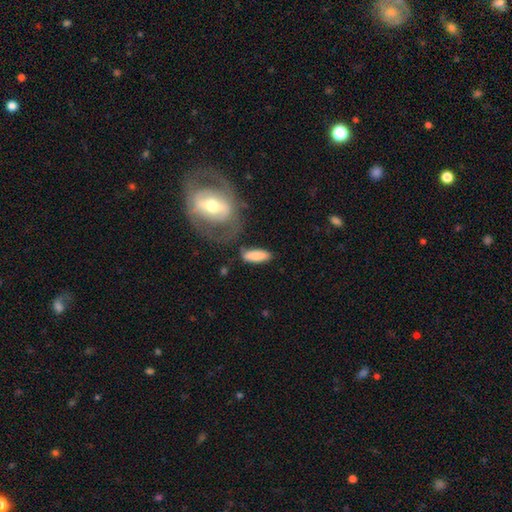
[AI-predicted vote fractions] A smooth galaxy with no disk features (81%) that is in between round and cigar-shaped (61%). Merging: none (68%).